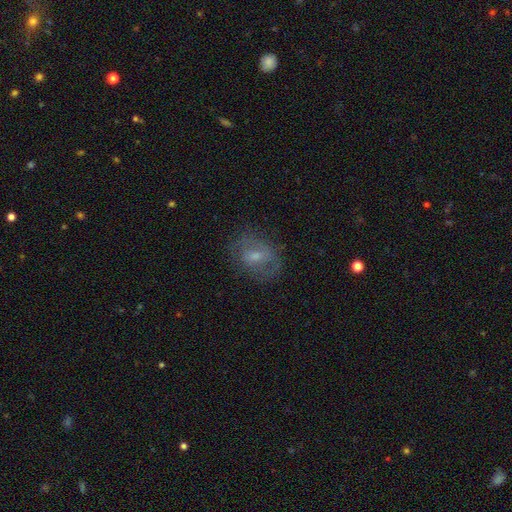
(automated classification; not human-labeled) smooth-or-featured: featured or disk: 51% | smooth: 39% | star or artifact: 10%
  disk-edge-on: no: 95% | yes: 5%
  merging: none: 66% | minor disturbance: 19% | major disturbance: 13% | merger: 1%